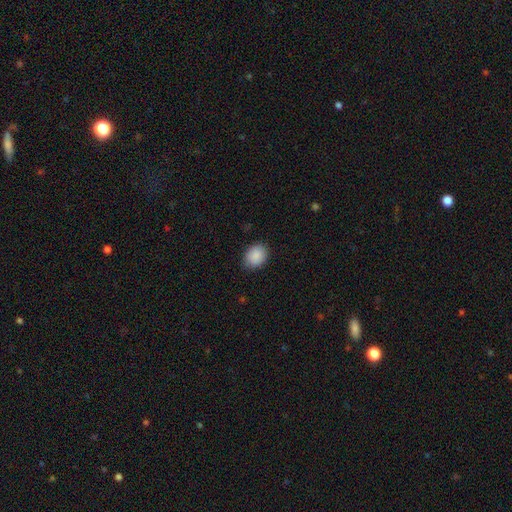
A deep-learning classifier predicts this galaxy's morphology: smooth-or-featured: smooth: 89% | star or artifact: 7% | featured or disk: 3%
  how-rounded: in between: 54% | round: 45% | cigar-shaped: 1%
  merging: none: 84% | minor disturbance: 12% | major disturbance: 3% | merger: 1%